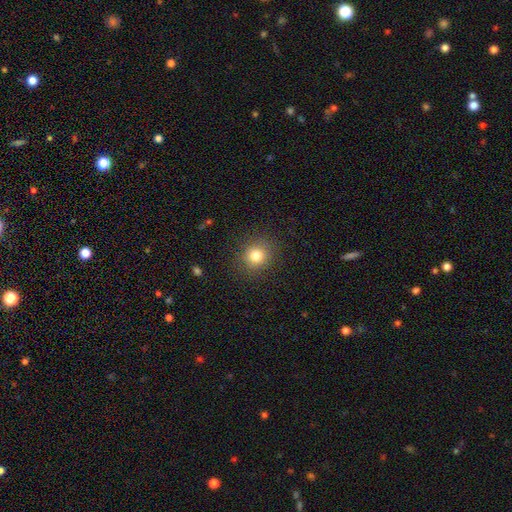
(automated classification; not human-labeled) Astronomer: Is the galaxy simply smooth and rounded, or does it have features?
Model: smooth — 80%.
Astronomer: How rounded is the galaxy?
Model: round — 82%.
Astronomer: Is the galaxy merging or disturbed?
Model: none — 87%.